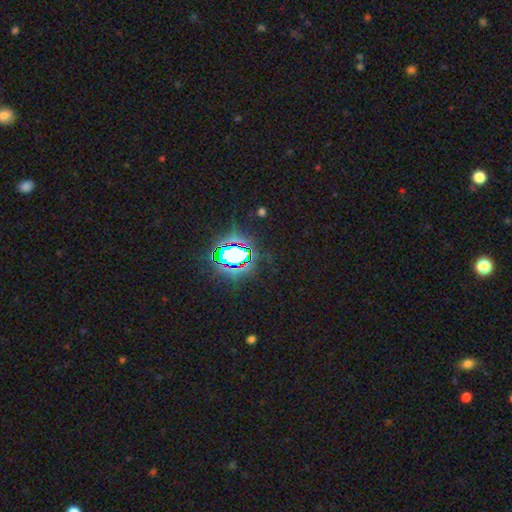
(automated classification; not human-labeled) This is clearly a star or artifact rather than a galaxy (81%).